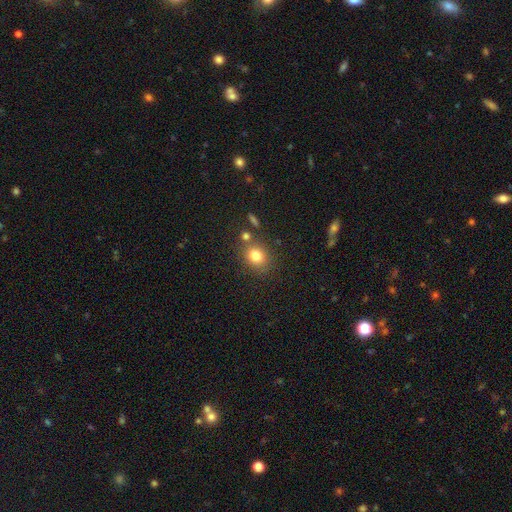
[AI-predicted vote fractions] Q: Smooth or featured?
A: smooth (80%); runner-up: star or artifact (12%)
Q: How rounded?
A: round (62%); runner-up: in between (37%)
Q: Merging?
A: none (73%); runner-up: minor disturbance (11%)